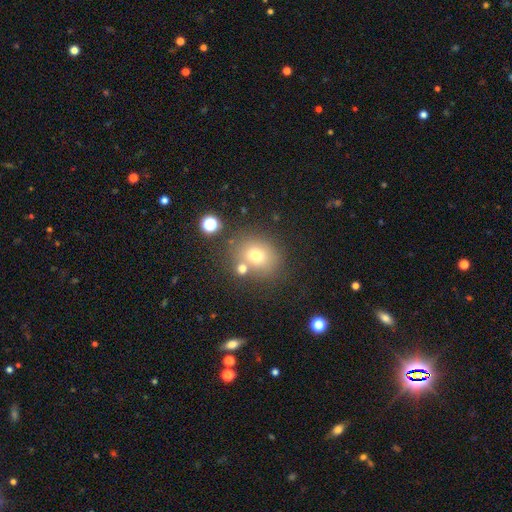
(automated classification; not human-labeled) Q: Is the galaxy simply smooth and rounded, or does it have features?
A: smooth — 70%.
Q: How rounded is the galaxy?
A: round — 70%.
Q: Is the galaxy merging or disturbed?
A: none — 69%.